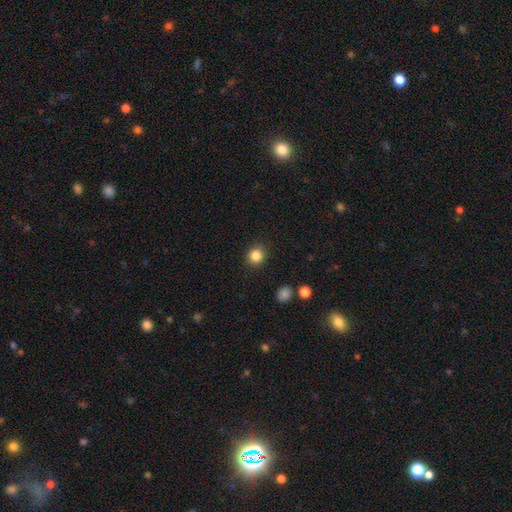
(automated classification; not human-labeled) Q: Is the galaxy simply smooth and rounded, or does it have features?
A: smooth — 85%.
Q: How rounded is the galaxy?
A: round — 84%.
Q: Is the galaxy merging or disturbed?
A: none — 89%.